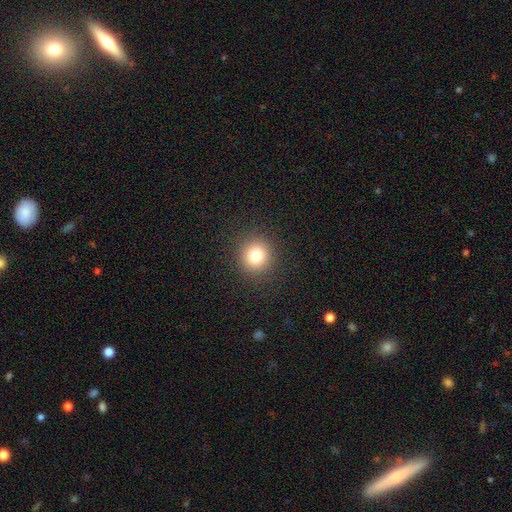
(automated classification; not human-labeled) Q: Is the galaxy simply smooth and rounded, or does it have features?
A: smooth — 80%.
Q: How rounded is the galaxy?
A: round — 92%.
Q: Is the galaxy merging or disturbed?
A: none — 91%.